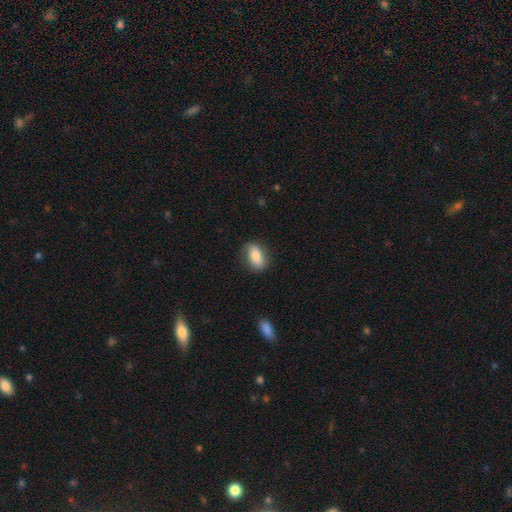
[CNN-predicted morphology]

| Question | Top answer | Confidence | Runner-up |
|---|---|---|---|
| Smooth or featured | smooth | 76% | featured or disk (17%) |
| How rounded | in between | 87% | round (7%) |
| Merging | none | 78% | minor disturbance (17%) |